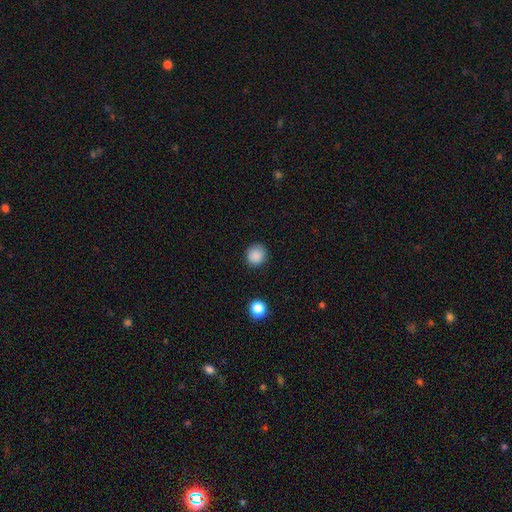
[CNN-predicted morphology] This appears to be a smooth galaxy with no disk features (87%) that is round (88%). Merging: none (88%).